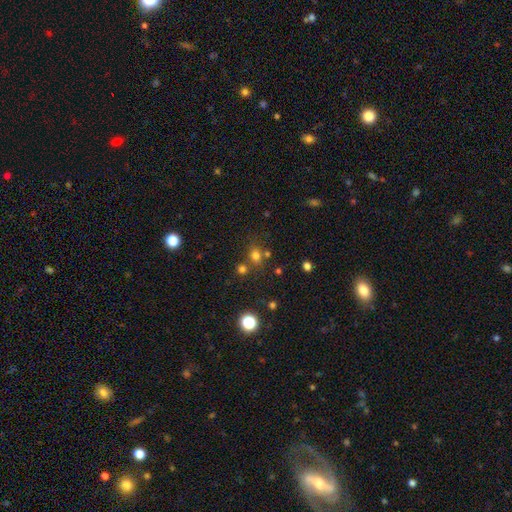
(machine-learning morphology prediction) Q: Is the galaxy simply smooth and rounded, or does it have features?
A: smooth — 71%.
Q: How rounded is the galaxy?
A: round — 68%.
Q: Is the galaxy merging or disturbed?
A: none — 66%.